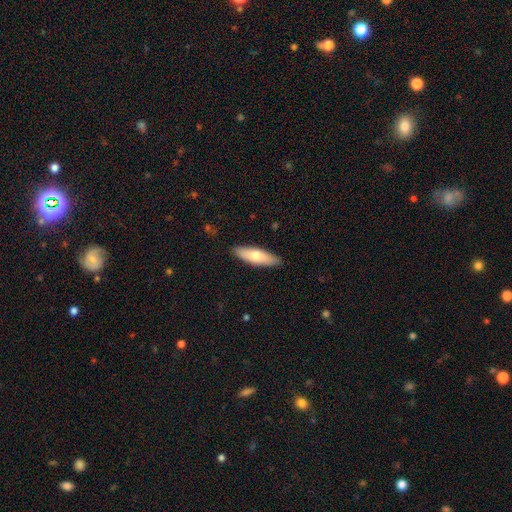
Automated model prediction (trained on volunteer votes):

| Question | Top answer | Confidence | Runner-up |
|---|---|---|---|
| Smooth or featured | smooth | 69% | featured or disk (26%) |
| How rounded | cigar-shaped | 53% | in between (45%) |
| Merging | none | 88% | minor disturbance (9%) |